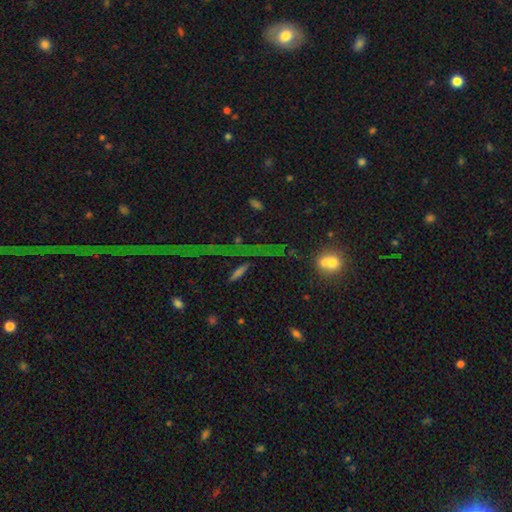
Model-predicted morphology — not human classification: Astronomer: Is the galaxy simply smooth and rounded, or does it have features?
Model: star or artifact — 63%.